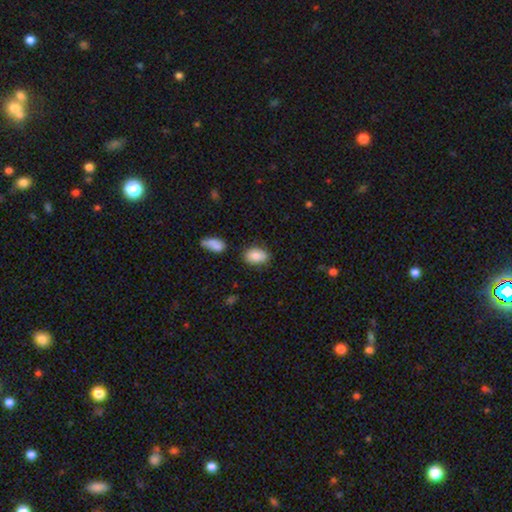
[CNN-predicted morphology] smooth_or_featured: smooth (p=0.84) [alt: featured or disk p=0.08]
how_rounded: in between (p=0.87) [alt: round p=0.12]
merging: none (p=0.77) [alt: minor disturbance p=0.14]